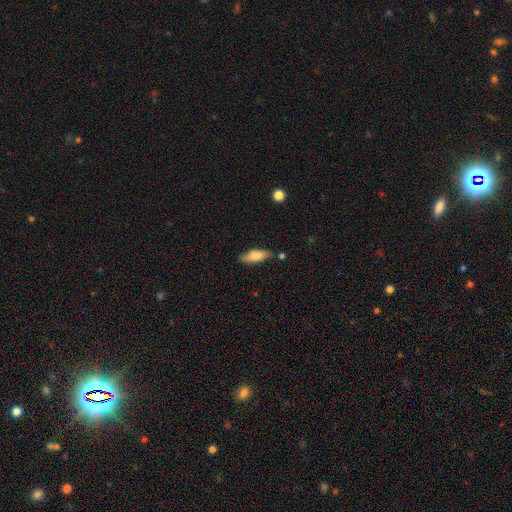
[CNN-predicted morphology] Smooth or featured? smooth (81%)
How rounded? in between (63%)
Merging? none (77%)